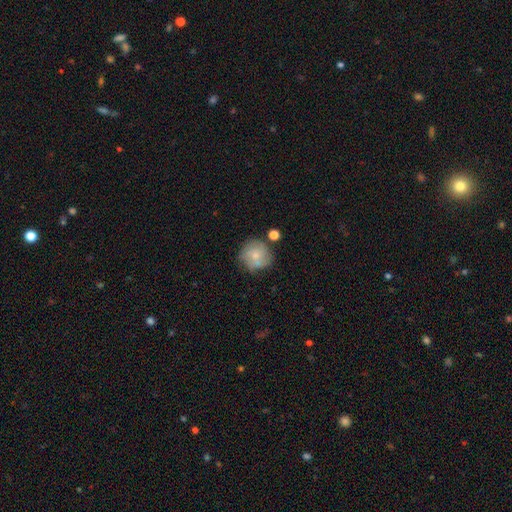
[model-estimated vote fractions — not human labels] Smooth or featured? smooth (58%)
How rounded? round (90%)
Merging? none (65%)